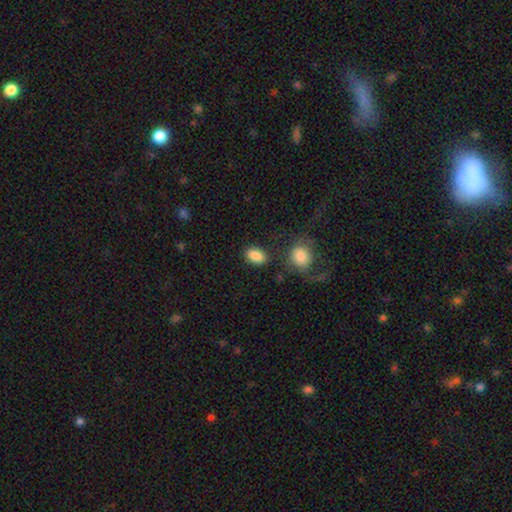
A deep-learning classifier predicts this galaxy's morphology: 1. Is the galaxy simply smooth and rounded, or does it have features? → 88% smooth, 8% star or artifact, 5% featured or disk.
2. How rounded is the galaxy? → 87% in between, 11% round, 2% cigar-shaped.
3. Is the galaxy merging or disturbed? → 79% none, 12% minor disturbance, 6% merger, 4% major disturbance.